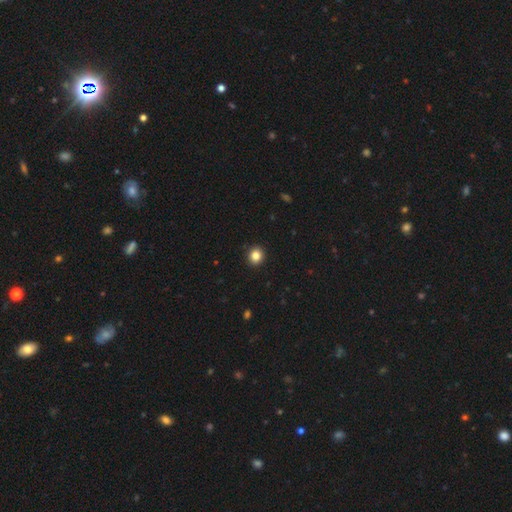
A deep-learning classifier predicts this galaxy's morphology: A smooth galaxy with no disk features (84%) that is round (84%).

Vote fractions:
- Smooth or featured? smooth: 84% / star or artifact: 11% / featured or disk: 5%
- How rounded? round: 84% / in between: 15% / cigar-shaped: 1%
- Merging? none: 93% / minor disturbance: 5% / major disturbance: 1% / merger: 1%